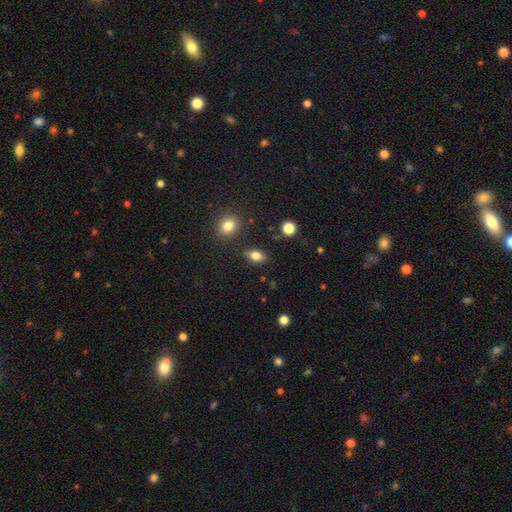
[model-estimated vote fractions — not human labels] Overall: smooth (77%). How rounded: in between (81%). Merging: none (83%).